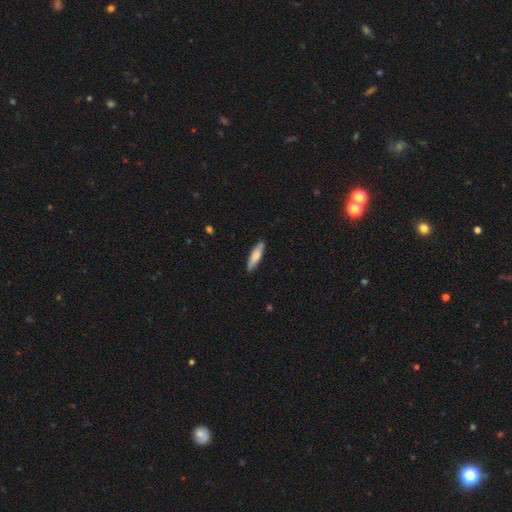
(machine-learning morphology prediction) smooth 76%, featured or disk 18%, star or artifact 5%. Down the decision tree: how rounded — cigar-shaped (73%); merging — none (87%).